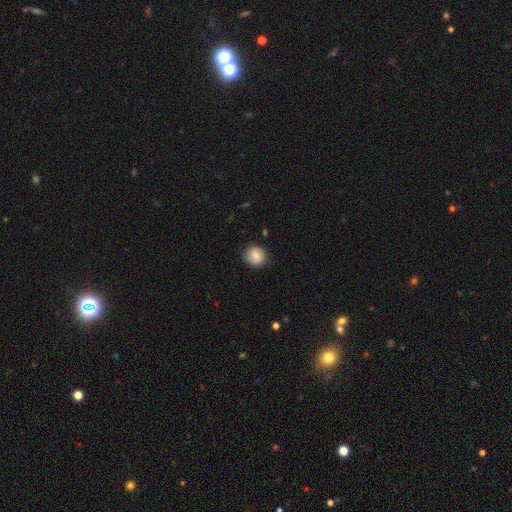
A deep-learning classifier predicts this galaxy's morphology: Q: Smooth or featured?
A: smooth (74%); runner-up: featured or disk (18%)
Q: How rounded?
A: round (87%); runner-up: in between (12%)
Q: Merging?
A: none (84%); runner-up: minor disturbance (12%)